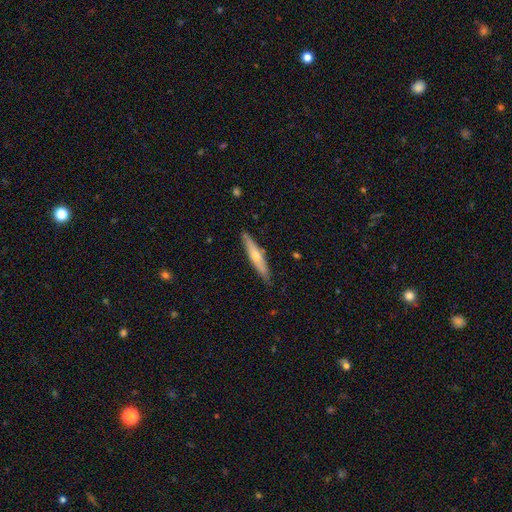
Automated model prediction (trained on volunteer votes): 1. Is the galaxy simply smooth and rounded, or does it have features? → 52% featured or disk, 43% smooth, 6% star or artifact.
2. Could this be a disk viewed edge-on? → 91% yes, 9% no.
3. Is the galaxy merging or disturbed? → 88% none, 9% minor disturbance, 2% major disturbance, 1% merger.